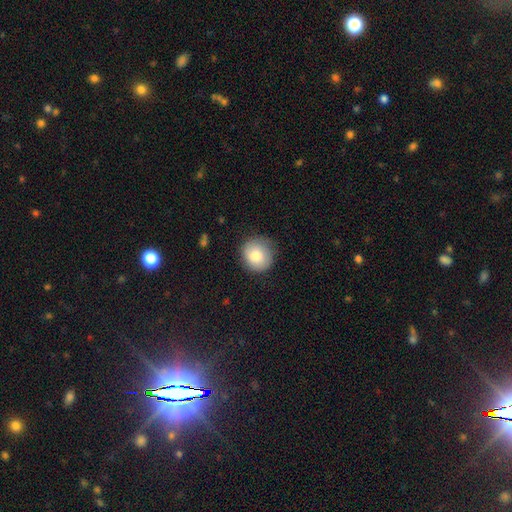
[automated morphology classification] smooth_or_featured: smooth (p=0.83) [alt: featured or disk p=0.10]
how_rounded: round (p=0.88) [alt: in between p=0.11]
merging: none (p=0.80) [alt: minor disturbance p=0.16]